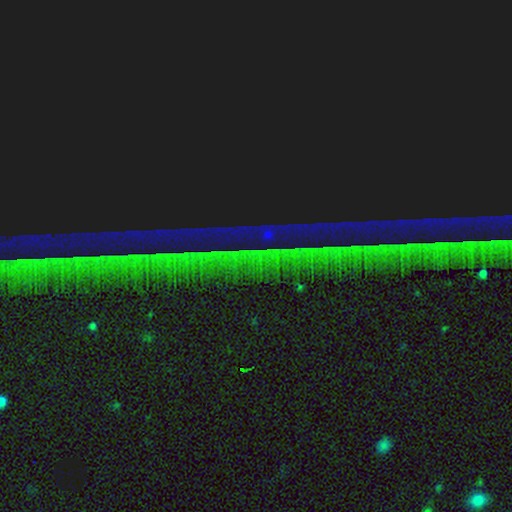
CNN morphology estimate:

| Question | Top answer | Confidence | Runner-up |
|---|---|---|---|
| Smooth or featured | star or artifact | 89% | featured or disk (6%) |